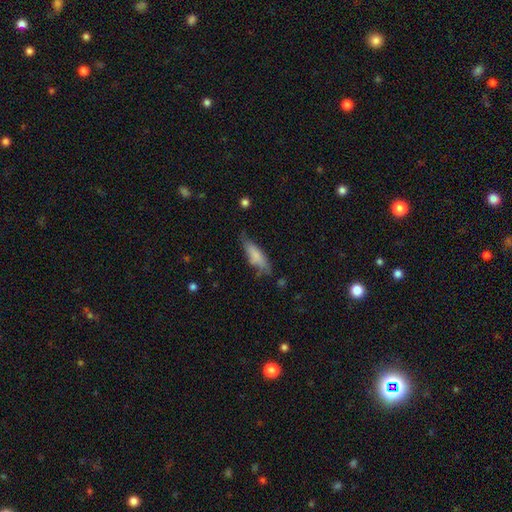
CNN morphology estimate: This is likely a smooth galaxy (75%). How rounded: possibly in between (54%). Merging: possibly none (55%).